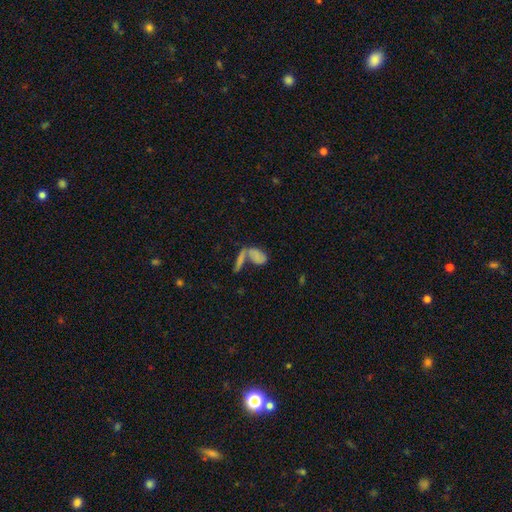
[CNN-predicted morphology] smooth_or_featured: smooth (p=0.66) [alt: featured or disk p=0.22]
how_rounded: in between (p=0.78) [alt: cigar-shaped p=0.16]
merging: merger (p=0.53) [alt: none p=0.27]